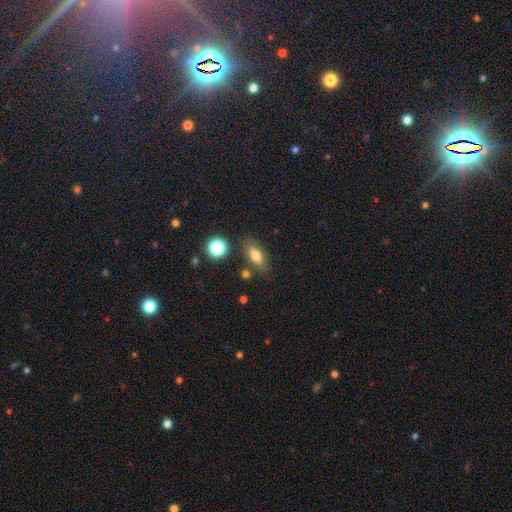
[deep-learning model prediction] A smooth galaxy with no disk features (75%) that is in between round and cigar-shaped (81%).

Vote fractions:
- Smooth or featured? smooth: 75% / featured or disk: 14% / star or artifact: 11%
- How rounded? in between: 81% / cigar-shaped: 11% / round: 8%
- Merging? none: 76% / minor disturbance: 14% / merger: 5% / major disturbance: 4%